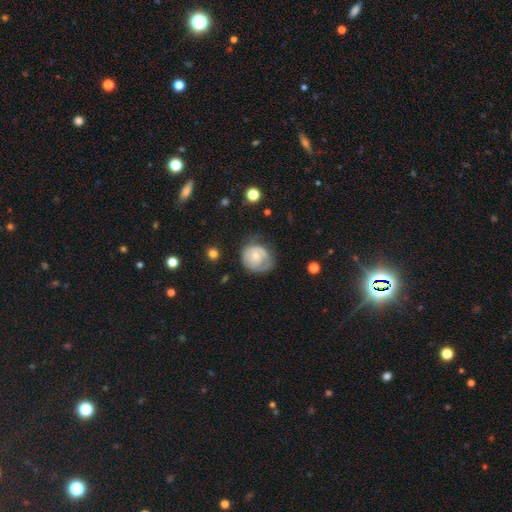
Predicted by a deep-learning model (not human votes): This is possibly a featured or disk galaxy (53%). It is clearly not viewed edge-on (97%). Bar: likely no (76%). Spiral arm pattern: likely yes (65%). Central bulge: possibly small (52%). Merging: marginally none (43%).